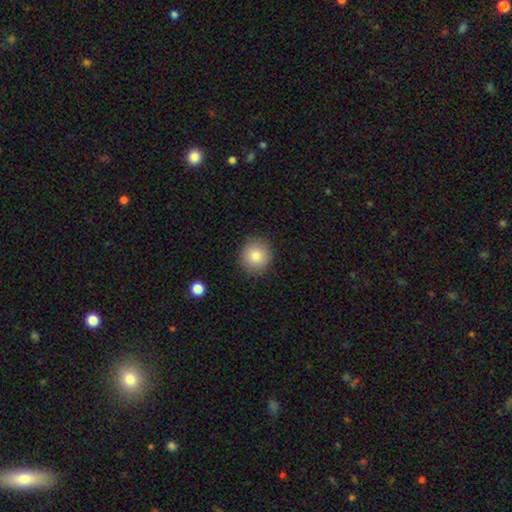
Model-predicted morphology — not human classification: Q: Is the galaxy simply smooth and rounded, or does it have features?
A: smooth — 84%.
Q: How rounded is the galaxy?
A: round — 91%.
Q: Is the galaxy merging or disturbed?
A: none — 90%.